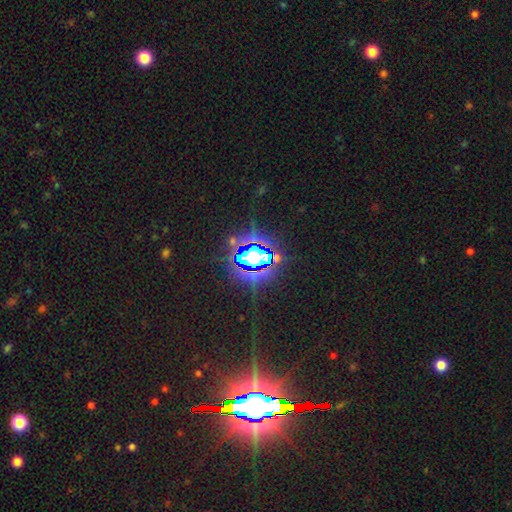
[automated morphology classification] type=star or artifact (85%).